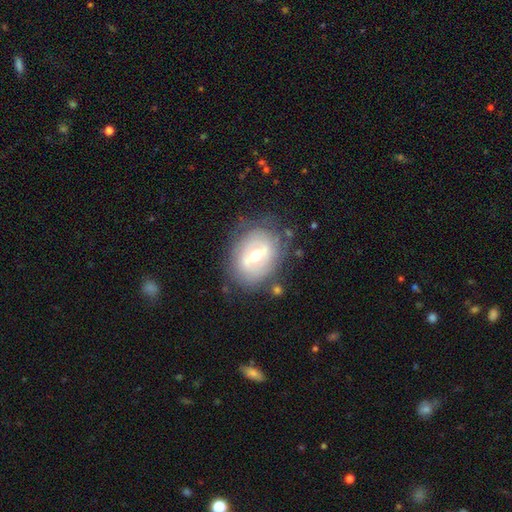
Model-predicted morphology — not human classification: This appears to be a featured or disk galaxy (73%) with a strong bar (49%), spiral arms (52%) and a moderate central bulge (72%). Merging: none (74%).